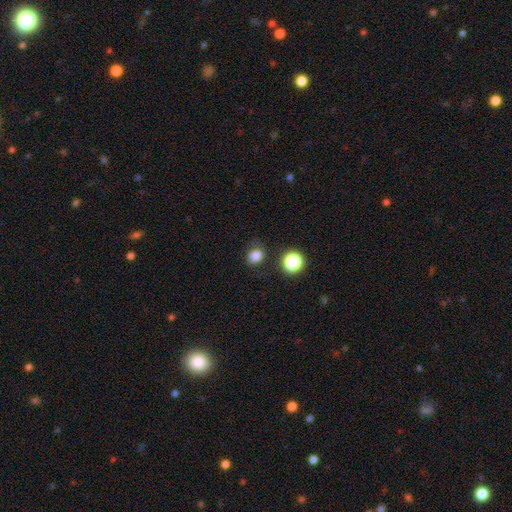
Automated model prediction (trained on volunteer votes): This appears to be a smooth galaxy with no disk features (82%) that is round (68%). Merging: none (80%).